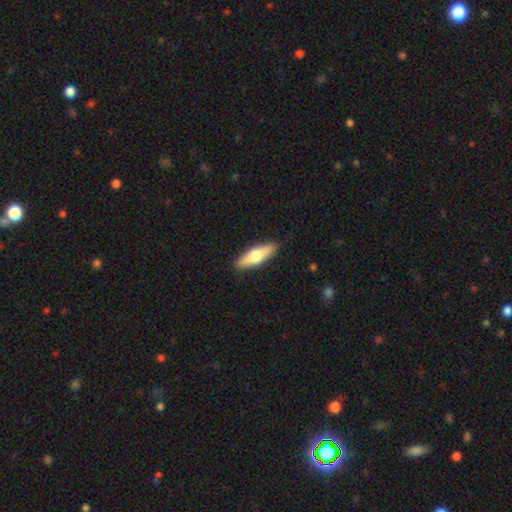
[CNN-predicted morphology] smooth_or_featured: smooth (p=0.60) [alt: featured or disk p=0.35]
how_rounded: cigar-shaped (p=0.55) [alt: in between p=0.43]
merging: none (p=0.90) [alt: minor disturbance p=0.07]